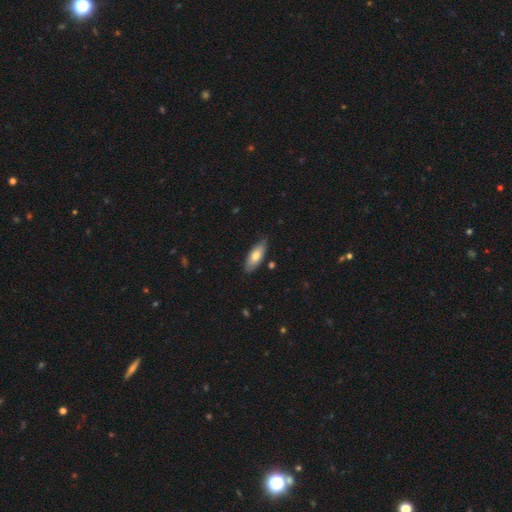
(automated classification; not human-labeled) A smooth galaxy with no disk features (71%) that is in between round and cigar-shaped (71%). Merging: none (80%).